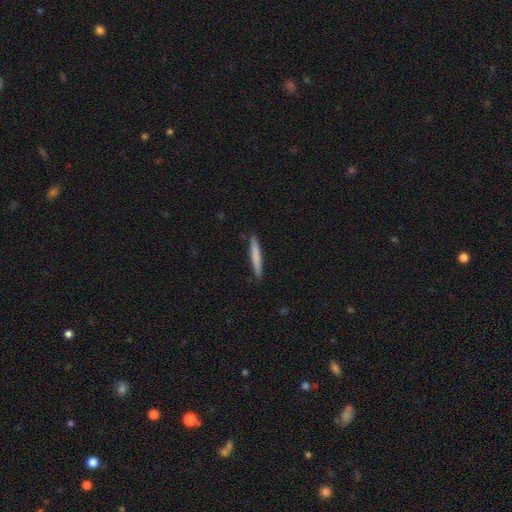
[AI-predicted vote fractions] A smooth galaxy with no disk features (73%) that is cigar-shaped (96%). Merging: none (90%).